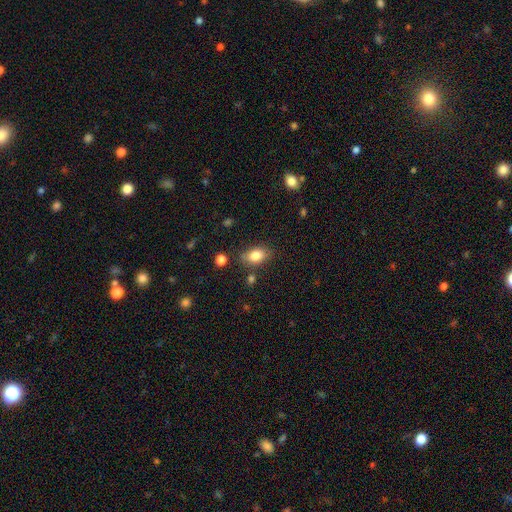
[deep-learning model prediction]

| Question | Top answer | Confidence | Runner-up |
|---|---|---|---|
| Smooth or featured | smooth | 82% | featured or disk (9%) |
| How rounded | in between | 85% | round (13%) |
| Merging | none | 79% | minor disturbance (13%) |